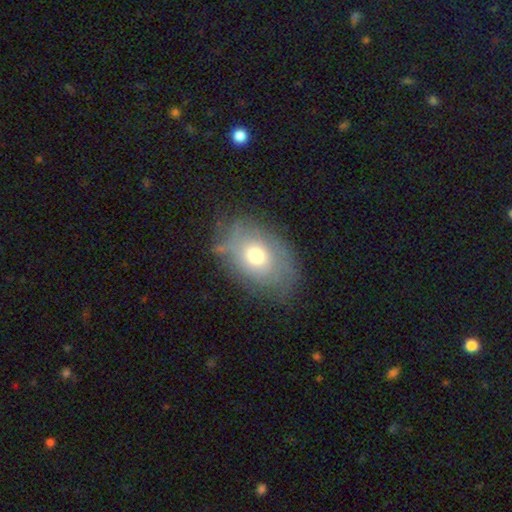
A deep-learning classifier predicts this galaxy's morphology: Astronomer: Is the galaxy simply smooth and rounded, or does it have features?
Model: smooth — 51% (runner-up: featured or disk, 39%).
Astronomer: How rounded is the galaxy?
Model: in between — 81%.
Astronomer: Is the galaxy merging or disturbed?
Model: none — 65%.